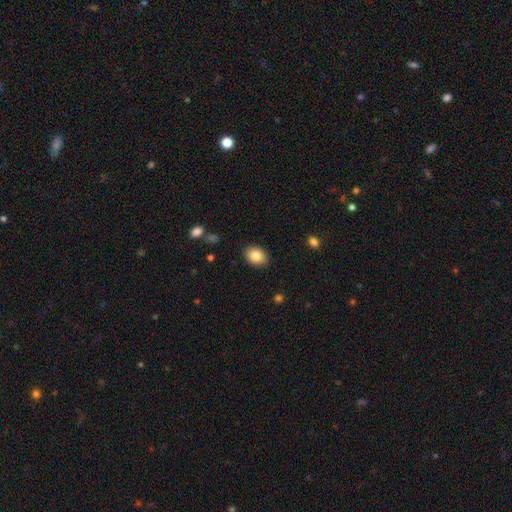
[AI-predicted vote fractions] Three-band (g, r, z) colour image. It shows a smooth galaxy with no disk features (85%) that is in between round and cigar-shaped (71%). Merging: none (88%).